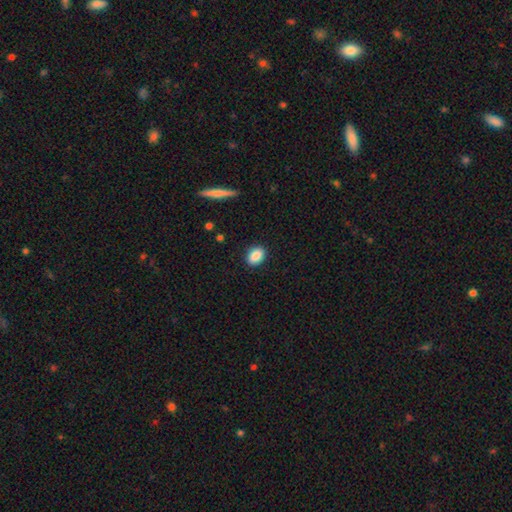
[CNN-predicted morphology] The model was most divided on "how rounded": in between: 75%, round: 23%, cigar-shaped: 2%. More confident: merging — none (89%); smooth or featured — smooth (88%).